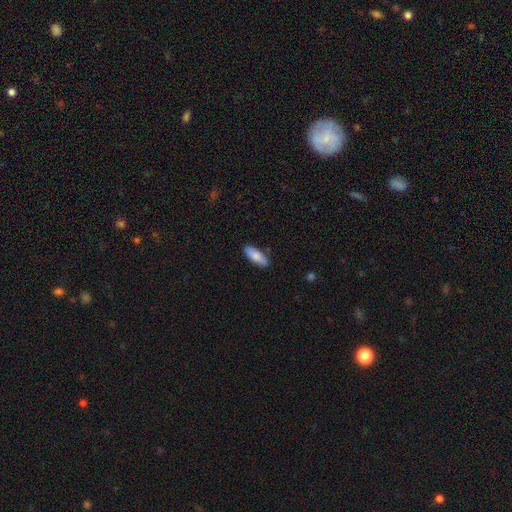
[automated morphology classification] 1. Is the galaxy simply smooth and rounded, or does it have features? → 82% smooth, 12% featured or disk, 6% star or artifact.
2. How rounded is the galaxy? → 64% in between, 34% cigar-shaped, 2% round.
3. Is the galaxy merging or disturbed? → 85% none, 11% minor disturbance, 2% major disturbance, 1% merger.